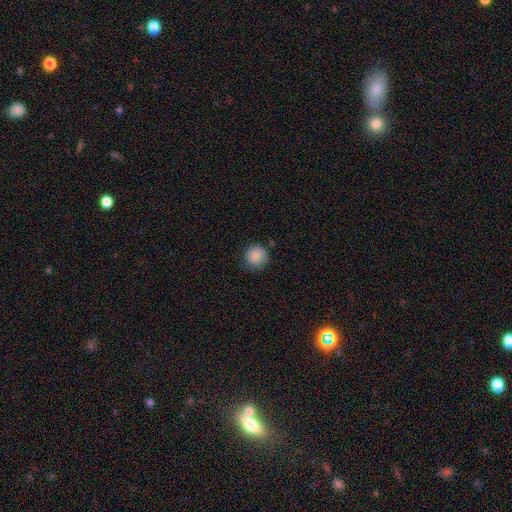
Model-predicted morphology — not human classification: A smooth galaxy with no disk features (87%) that is round (94%).

Vote fractions:
- Smooth or featured? smooth: 87% / star or artifact: 9% / featured or disk: 4%
- How rounded? round: 94% / in between: 5% / cigar-shaped: 1%
- Merging? none: 83% / minor disturbance: 12% / major disturbance: 3% / merger: 2%